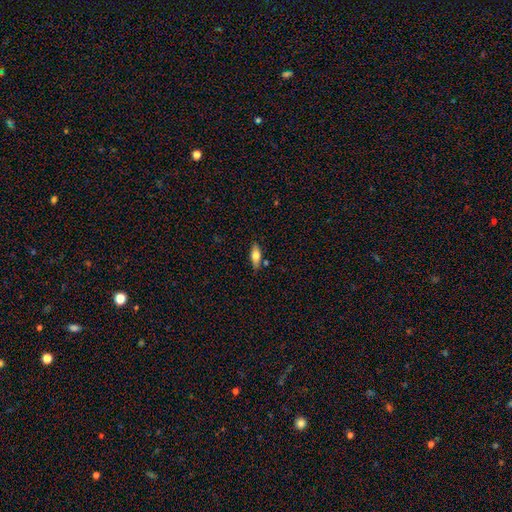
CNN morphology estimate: smooth_or_featured: smooth (p=0.69) [alt: featured or disk p=0.24]
how_rounded: in between (p=0.71) [alt: cigar-shaped p=0.26]
merging: none (p=0.78) [alt: minor disturbance p=0.15]